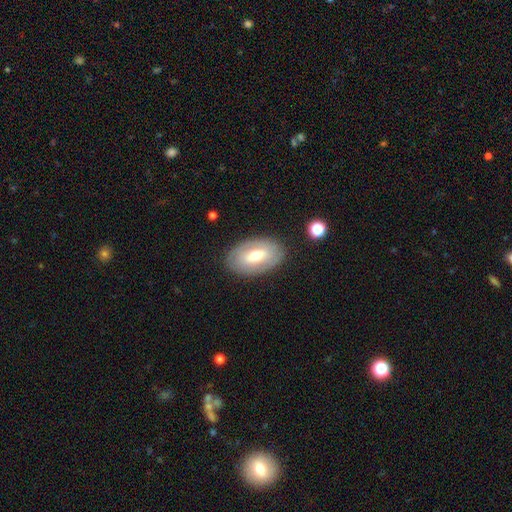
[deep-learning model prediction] The model was most divided on "smooth or featured": smooth: 48%, featured or disk: 45%, star or artifact: 7%. More confident: merging — none (84%).